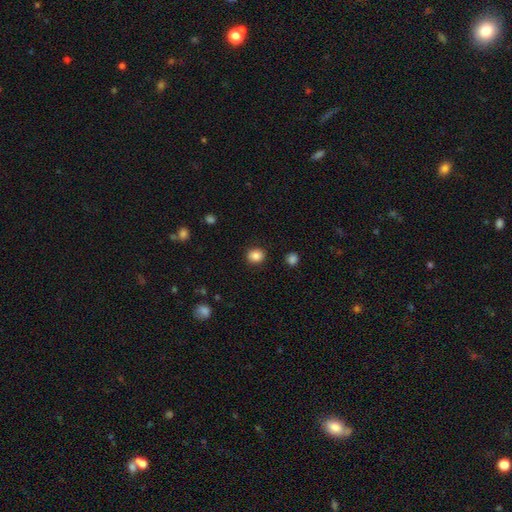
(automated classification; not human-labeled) The model was most divided on "how rounded": round: 74%, in between: 25%, cigar-shaped: 1%. More confident: merging — none (88%); smooth or featured — smooth (86%).